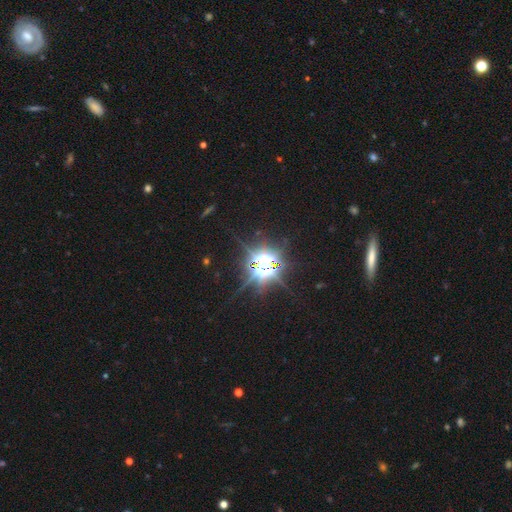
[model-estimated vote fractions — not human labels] smooth-or-featured: star or artifact: 79% | featured or disk: 12% | smooth: 9%